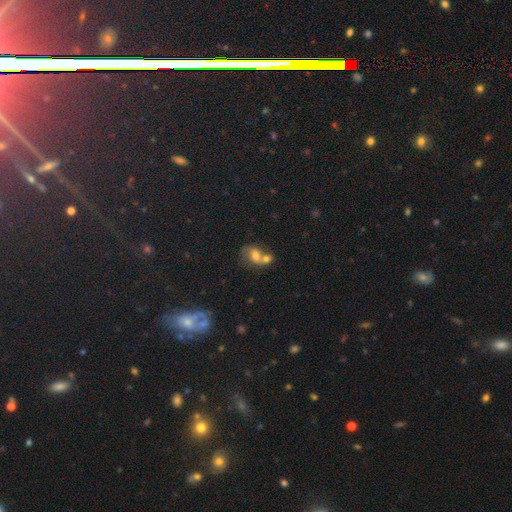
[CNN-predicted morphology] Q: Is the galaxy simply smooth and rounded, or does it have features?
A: smooth — 64%.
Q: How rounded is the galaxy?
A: in between — 59%.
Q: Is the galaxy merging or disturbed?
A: merger — 66%.